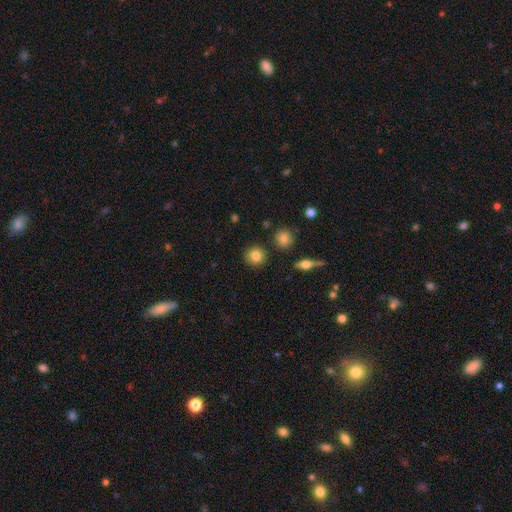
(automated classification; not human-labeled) Smooth or featured? Predicted: smooth (p=0.83). How rounded? Predicted: round (p=0.90). Merging? Predicted: none (p=0.88).